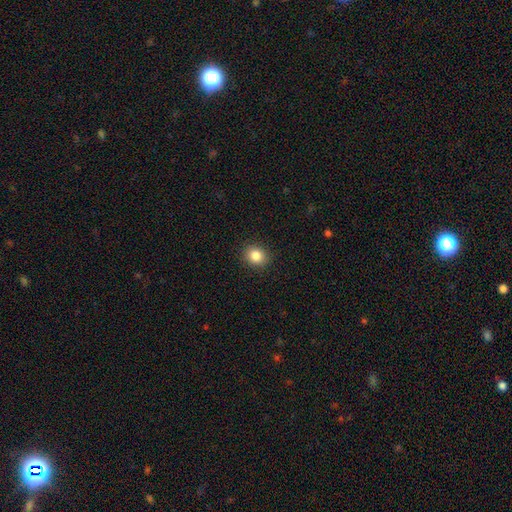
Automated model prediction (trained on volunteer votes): Smooth or featured?
  - smooth: 85% *
  - star or artifact: 10%
  - featured or disk: 5%
How rounded?
  - round: 71% *
  - in between: 28%
  - cigar-shaped: 1%
Merging?
  - none: 91% *
  - minor disturbance: 6%
  - major disturbance: 2%
  - merger: 1%